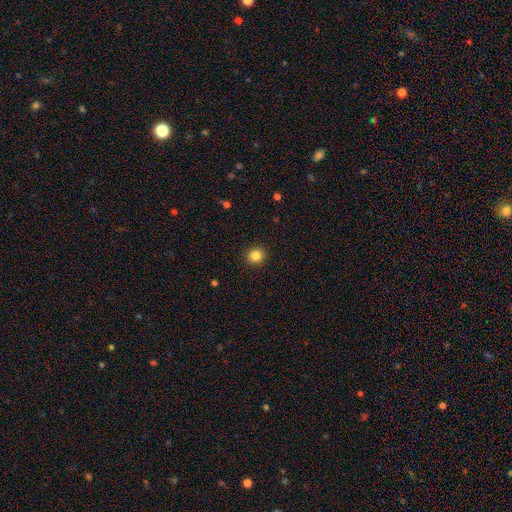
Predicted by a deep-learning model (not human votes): The model was most divided on "smooth or featured": smooth: 84%, star or artifact: 11%, featured or disk: 5%. More confident: merging — none (92%); how rounded — round (90%).